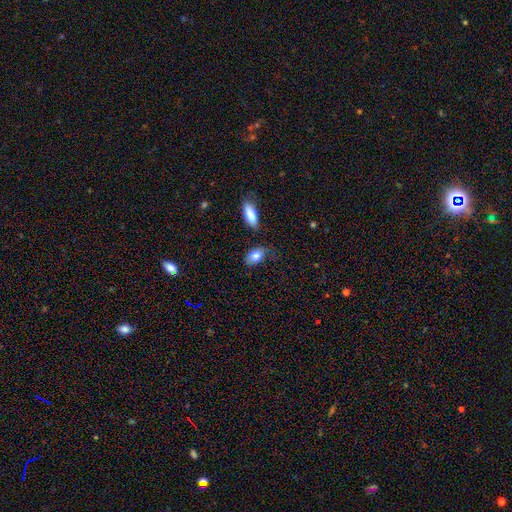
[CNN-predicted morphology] smooth_or_featured: smooth (p=0.83) [alt: featured or disk p=0.10]
how_rounded: in between (p=0.89) [alt: round p=0.09]
merging: none (p=0.69) [alt: minor disturbance p=0.20]